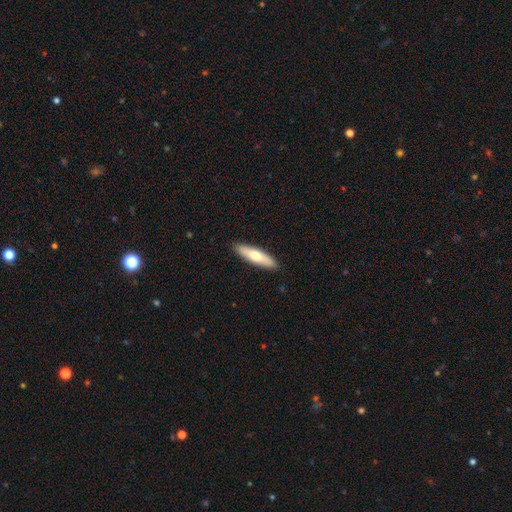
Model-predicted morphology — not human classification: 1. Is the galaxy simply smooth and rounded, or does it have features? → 63% smooth, 32% featured or disk, 5% star or artifact.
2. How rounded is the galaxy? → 68% cigar-shaped, 30% in between, 2% round.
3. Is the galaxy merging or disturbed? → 90% none, 8% minor disturbance, 1% major disturbance, 1% merger.